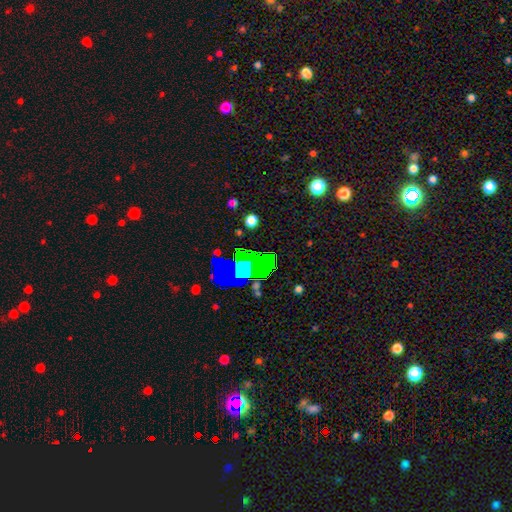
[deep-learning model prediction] This is marginally a star or artifact rather than a galaxy (44%).